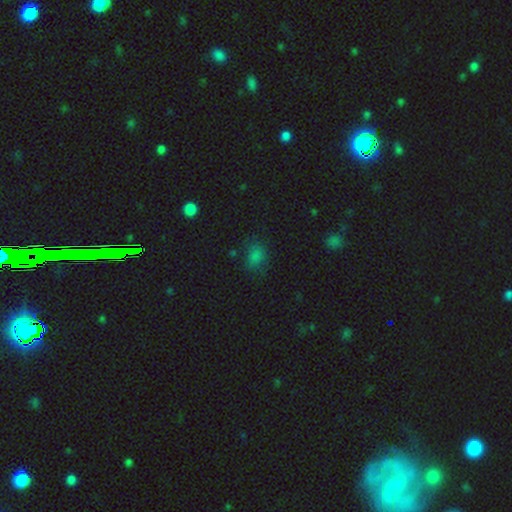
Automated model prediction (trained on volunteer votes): smooth 75%, star or artifact 19%, featured or disk 6%. Down the decision tree: how rounded — in between (63%); merging — none (71%).